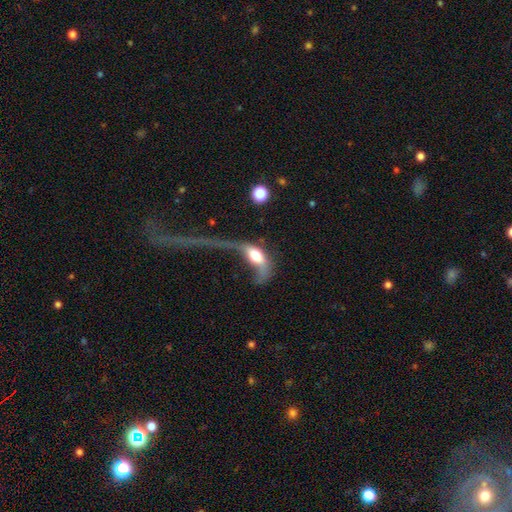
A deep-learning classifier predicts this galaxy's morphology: Smooth or featured: smooth — 56% (featured or disk — 35%)
How rounded: in between — 78% (cigar-shaped — 12%)
Merging: major disturbance — 67% (none — 12%)